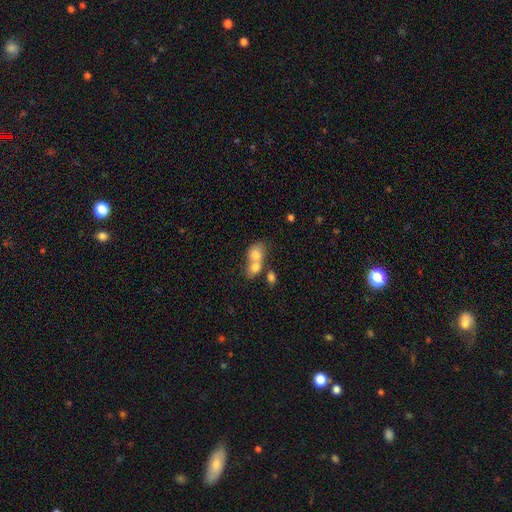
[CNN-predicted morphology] Smooth or featured? smooth (73%)
How rounded? in between (57%)
Merging? merger (73%)